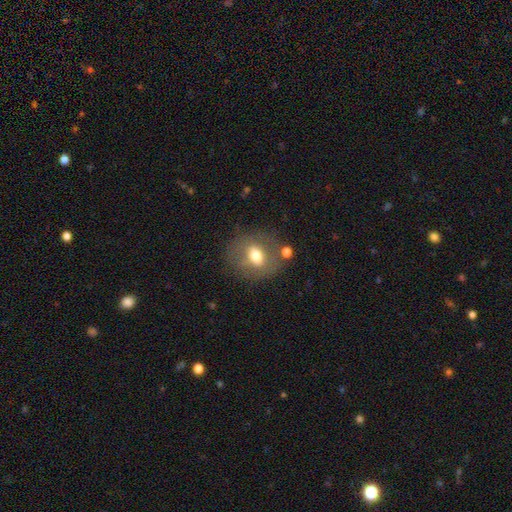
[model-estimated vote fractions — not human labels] The model was most divided on "how rounded": round: 53%, in between: 45%, cigar-shaped: 2%. More confident: merging — none (72%); smooth or featured — smooth (59%).